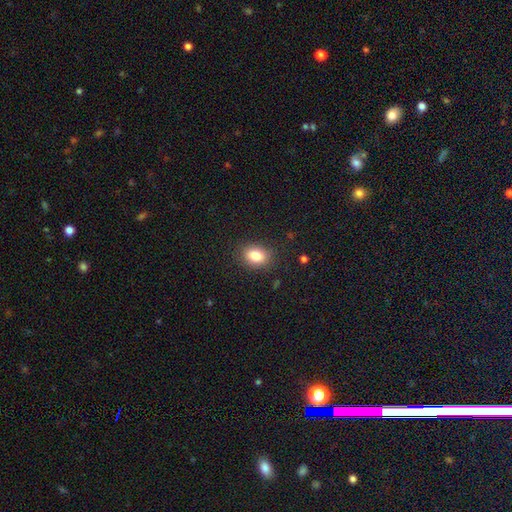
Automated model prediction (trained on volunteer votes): smooth 84%, star or artifact 9%, featured or disk 7%. Down the decision tree: how rounded — in between (70%); merging — none (85%).